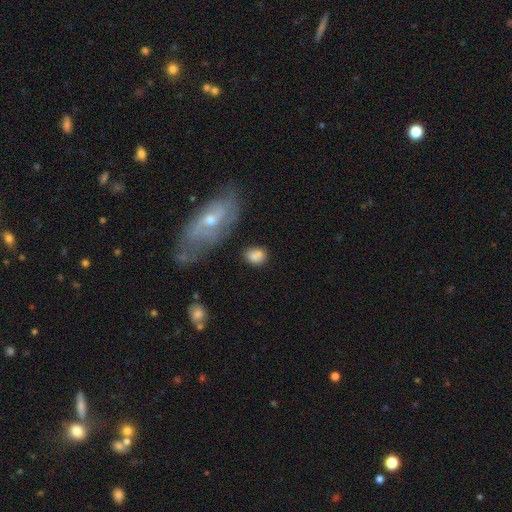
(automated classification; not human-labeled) This is likely a smooth galaxy (77%). How rounded: possibly in between (56%). Merging: likely none (65%).